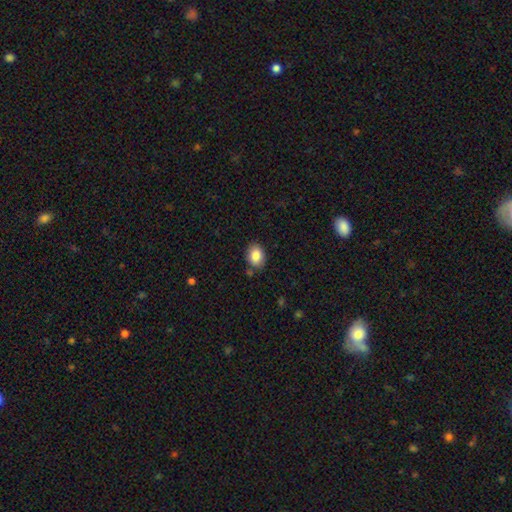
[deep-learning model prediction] This is clearly a smooth galaxy (86%). How rounded: likely in between (70%). Merging: clearly none (83%).